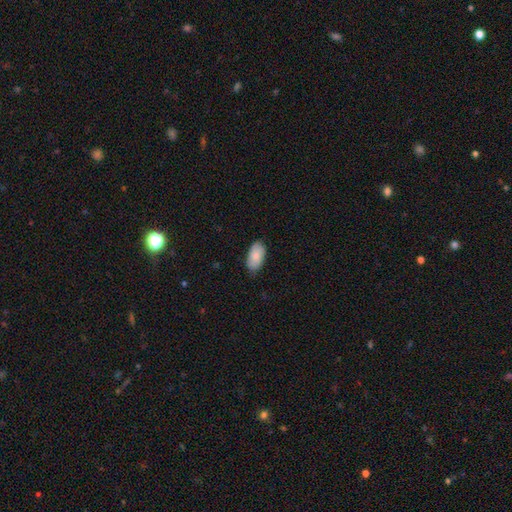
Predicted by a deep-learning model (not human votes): Overall: smooth (85%). How rounded: in between (95%). Merging: none (81%).